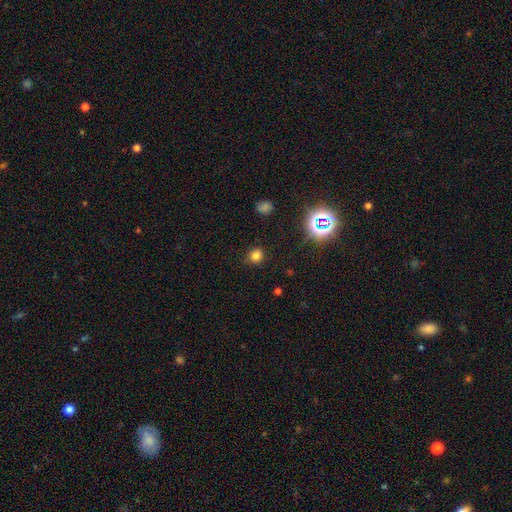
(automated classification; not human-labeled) The model was most divided on "smooth or featured": smooth: 75%, star or artifact: 19%, featured or disk: 5%. More confident: how rounded — round (84%); merging — none (84%).